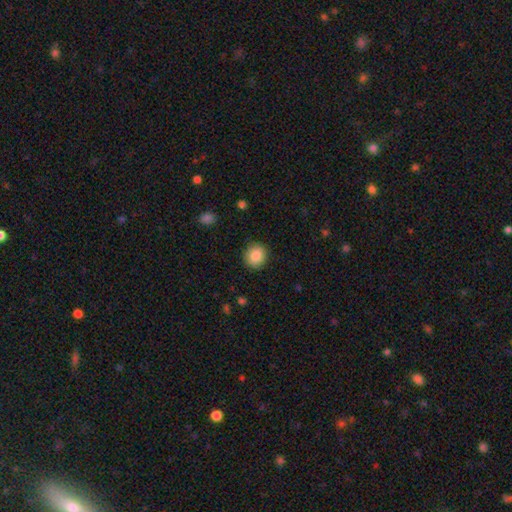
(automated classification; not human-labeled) smooth_or_featured: smooth (p=0.87) [alt: star or artifact p=0.08]
how_rounded: round (p=0.83) [alt: in between p=0.16]
merging: none (p=0.89) [alt: minor disturbance p=0.08]